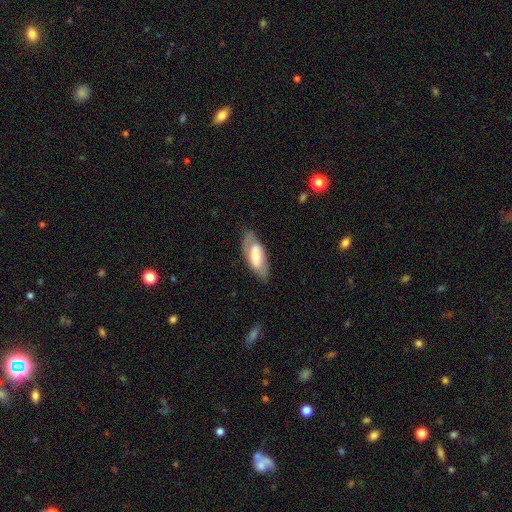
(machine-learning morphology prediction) Smooth or featured? Predicted: smooth (p=0.51). How rounded? Predicted: in between (p=0.80). Merging? Predicted: none (p=0.69).